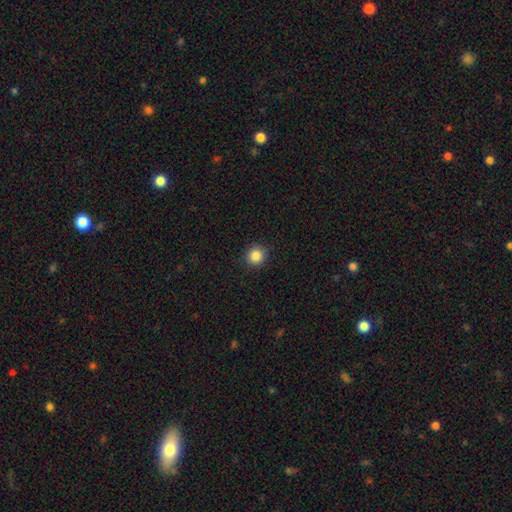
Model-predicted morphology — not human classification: type=smooth (86%); roundness=round (92%); merging=none (91%).